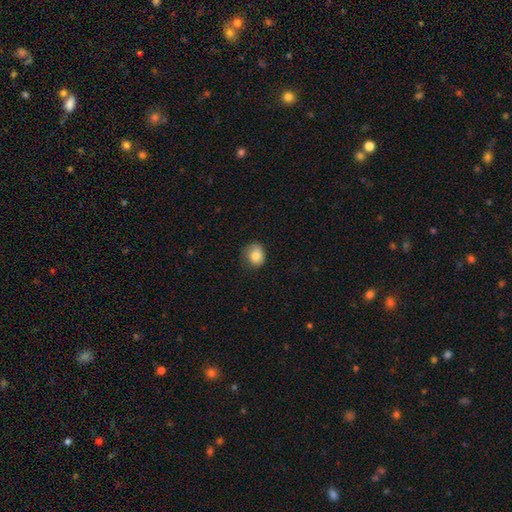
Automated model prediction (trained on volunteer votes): A smooth galaxy with no disk features (83%) that is round (61%). Merging: none (65%).